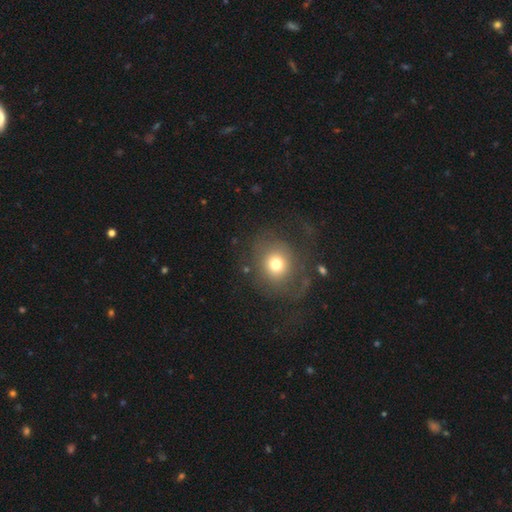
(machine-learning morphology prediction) Smooth or featured? smooth (38%)
Merging? none (76%)